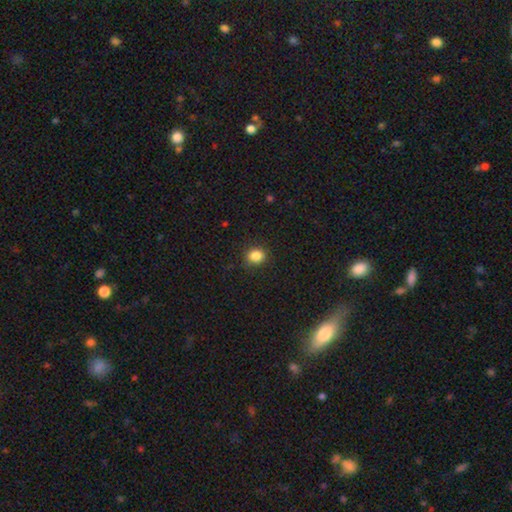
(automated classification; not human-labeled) Smooth or featured? smooth (85%)
How rounded? round (72%)
Merging? none (87%)